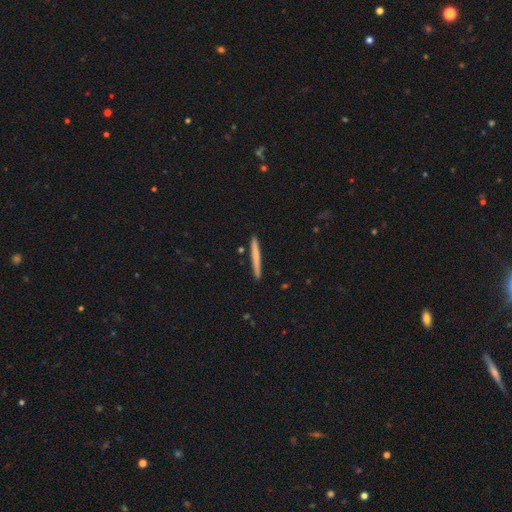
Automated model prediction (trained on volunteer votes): A smooth galaxy with no disk features (68%) that is cigar-shaped (97%). Merging: none (91%).